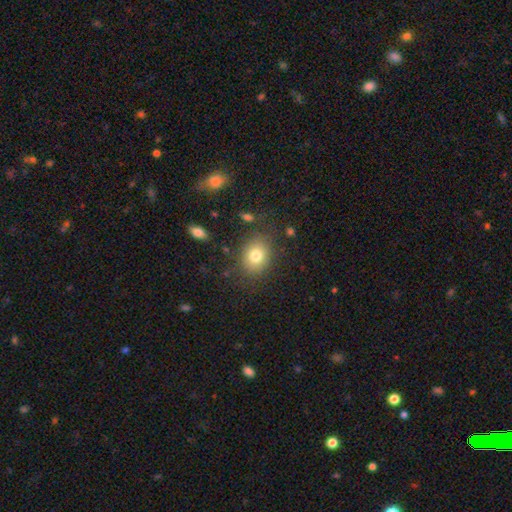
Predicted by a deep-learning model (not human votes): A smooth galaxy with no disk features (79%) that is in between round and cigar-shaped (50%).

Vote fractions:
- Smooth or featured? smooth: 79% / star or artifact: 11% / featured or disk: 10%
- How rounded? in between: 50% / round: 49% / cigar-shaped: 1%
- Merging? none: 81% / minor disturbance: 12% / major disturbance: 5% / merger: 2%